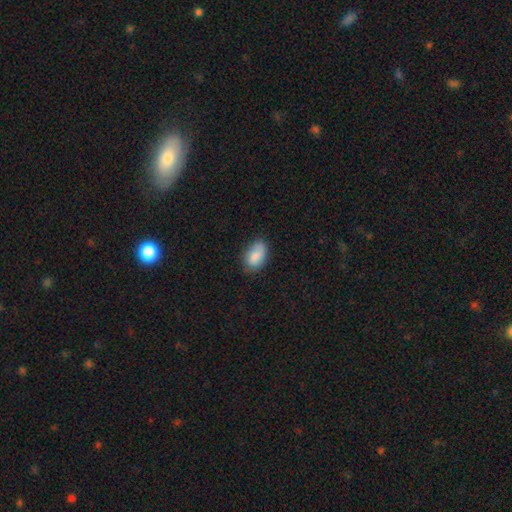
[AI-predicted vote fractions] Smooth or featured? Predicted: smooth (p=0.84). How rounded? Predicted: in between (p=0.89). Merging? Predicted: none (p=0.69).